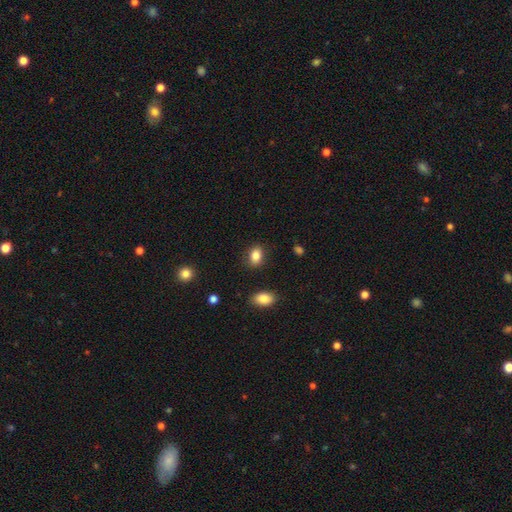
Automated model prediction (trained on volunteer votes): Overall: smooth (85%). How rounded: in between (70%). Merging: none (84%).